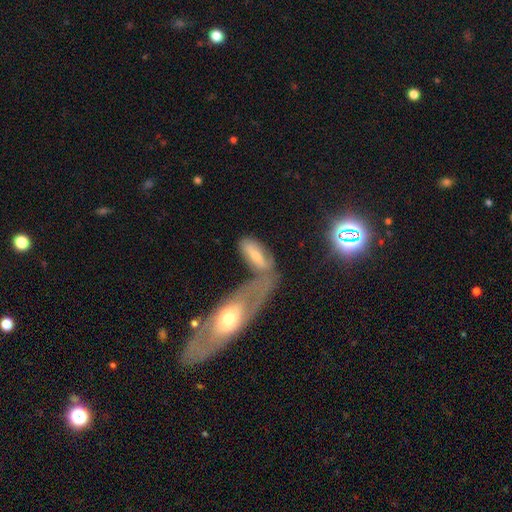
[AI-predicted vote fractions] Smooth or featured? smooth (52%)
How rounded? in between (71%)
Merging? merger (41%)